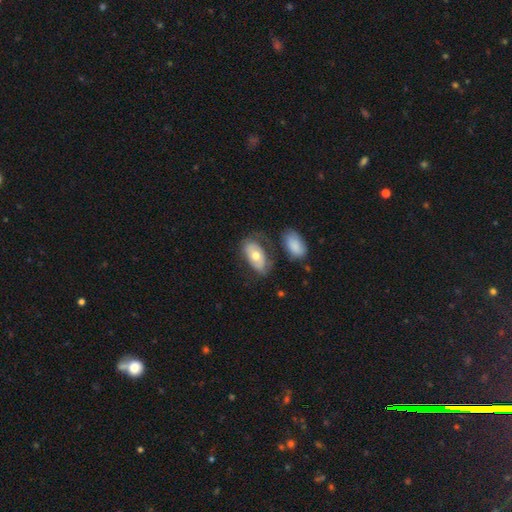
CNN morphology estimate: Smooth or featured?
  - smooth: 60% *
  - featured or disk: 33%
  - star or artifact: 6%
How rounded?
  - in between: 92% *
  - round: 5%
  - cigar-shaped: 3%
Merging?
  - none: 56% *
  - minor disturbance: 23%
  - major disturbance: 11%
  - merger: 10%